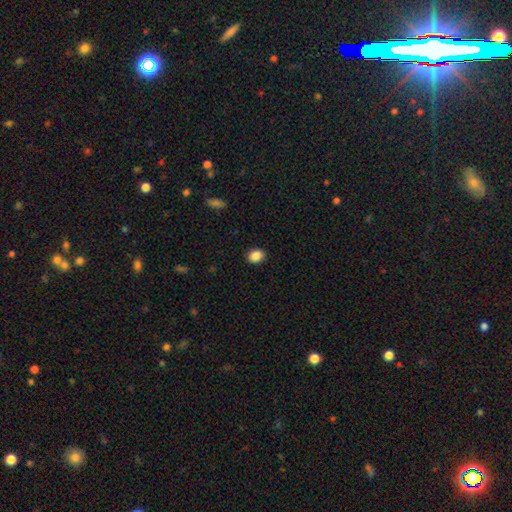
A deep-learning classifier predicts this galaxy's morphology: The model was most divided on "how rounded": in between: 52%, round: 47%, cigar-shaped: 1%. More confident: merging — none (90%); smooth or featured — smooth (88%).